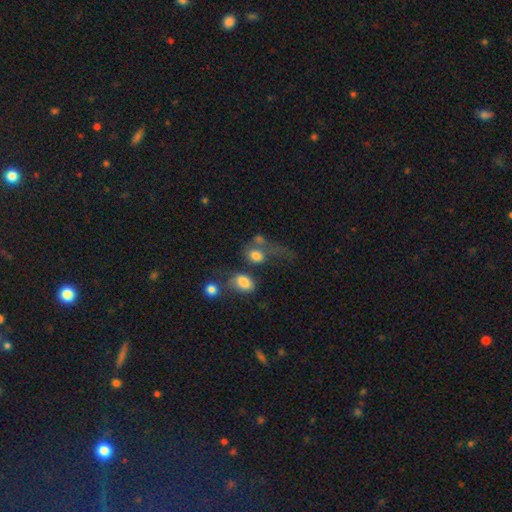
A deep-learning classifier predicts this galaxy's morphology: Smooth or featured? Predicted: smooth (p=0.77). How rounded? Predicted: in between (p=0.59). Merging? Predicted: merger (p=0.32).